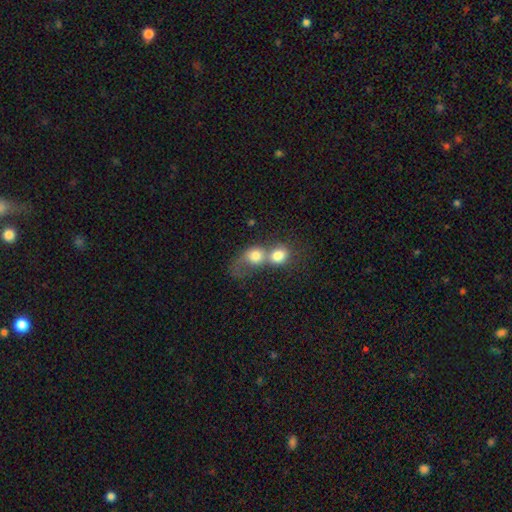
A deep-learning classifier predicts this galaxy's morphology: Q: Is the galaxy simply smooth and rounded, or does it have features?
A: smooth — 73%.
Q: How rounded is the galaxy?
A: round — 69%.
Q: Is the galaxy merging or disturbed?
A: merger — 76%.